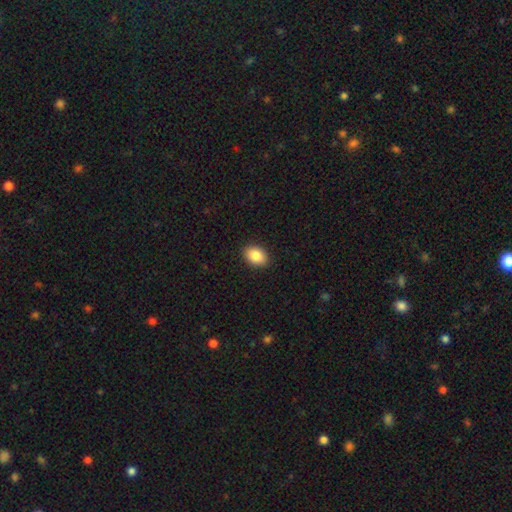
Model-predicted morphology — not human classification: Q: Smooth or featured?
A: smooth (87%); runner-up: star or artifact (8%)
Q: How rounded?
A: in between (79%); runner-up: round (20%)
Q: Merging?
A: none (90%); runner-up: minor disturbance (7%)